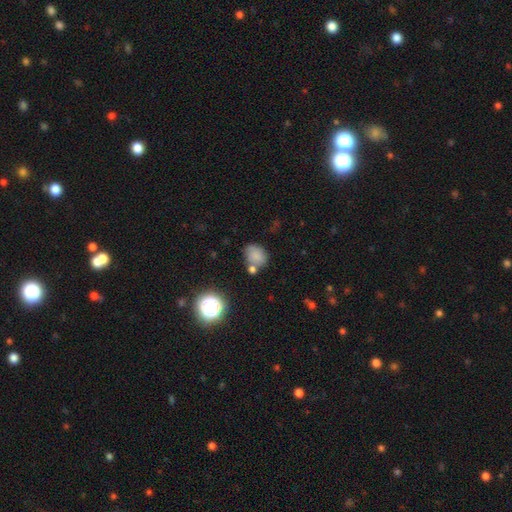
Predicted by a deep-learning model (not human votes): Q: Smooth or featured?
A: smooth (77%); runner-up: star or artifact (14%)
Q: How rounded?
A: in between (51%); runner-up: round (47%)
Q: Merging?
A: none (58%); runner-up: merger (19%)